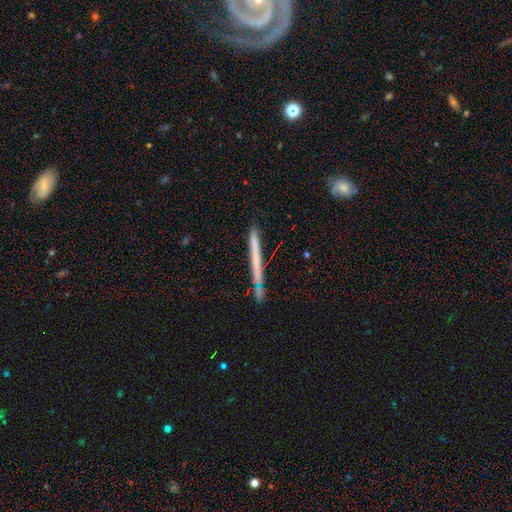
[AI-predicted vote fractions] Q: Smooth or featured?
A: smooth (50%); runner-up: featured or disk (43%)
Q: Merging?
A: none (81%); runner-up: minor disturbance (11%)